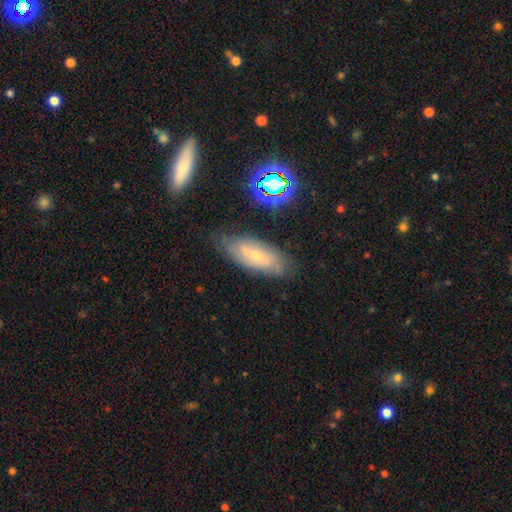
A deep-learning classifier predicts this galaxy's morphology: A featured or disk galaxy (57%).

Vote fractions:
- Smooth or featured? featured or disk: 57% / smooth: 32% / star or artifact: 11%
- Edge-on disk? no: 82% / yes: 18%
- Merging? none: 74% / minor disturbance: 19% / major disturbance: 5% / merger: 2%